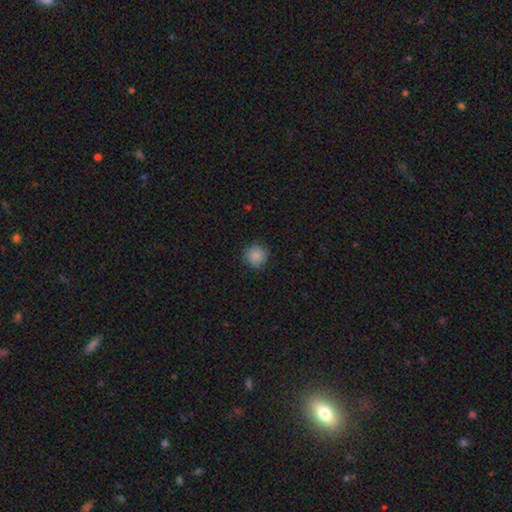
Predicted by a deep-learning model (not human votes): Smooth or featured? Predicted: smooth (p=0.88). How rounded? Predicted: round (p=0.94). Merging? Predicted: none (p=0.89).